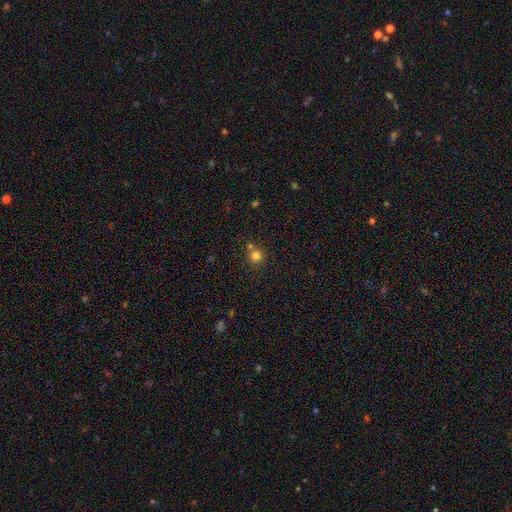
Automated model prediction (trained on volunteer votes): This is likely a smooth galaxy (78%). How rounded: clearly round (92%). Merging: likely none (65%).